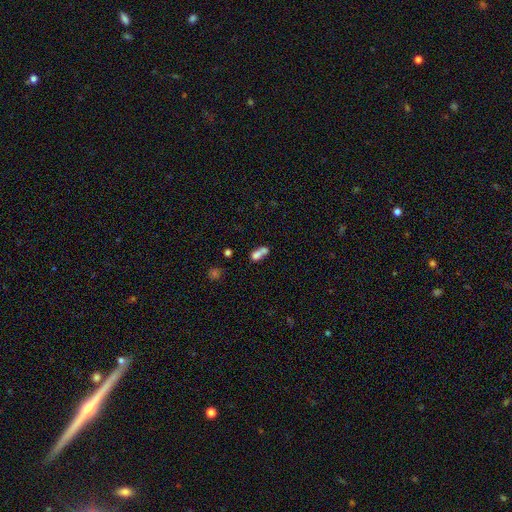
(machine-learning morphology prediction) smooth 70%, featured or disk 17%, star or artifact 12%. Down the decision tree: how rounded — in between (69%); merging — merger (64%).